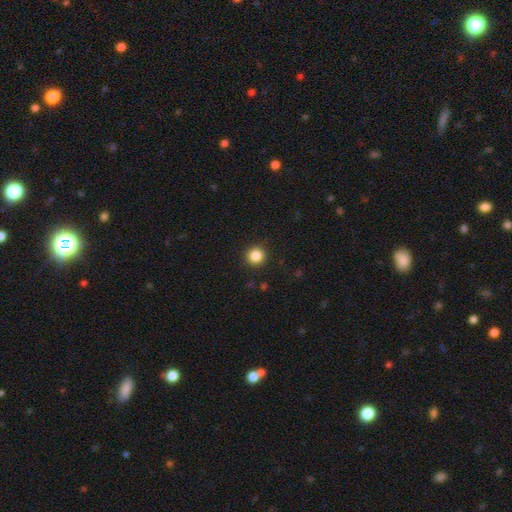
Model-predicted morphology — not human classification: A smooth galaxy with no disk features (86%) that is round (94%).

Vote fractions:
- Smooth or featured? smooth: 86% / star or artifact: 11% / featured or disk: 3%
- How rounded? round: 94% / in between: 5% / cigar-shaped: 1%
- Merging? none: 91% / minor disturbance: 6% / major disturbance: 2% / merger: 1%